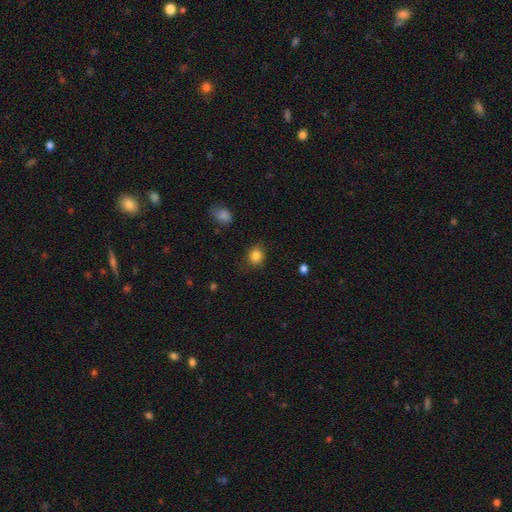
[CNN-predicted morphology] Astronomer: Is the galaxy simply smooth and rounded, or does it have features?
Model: smooth — 84%.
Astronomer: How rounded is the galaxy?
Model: round — 73%.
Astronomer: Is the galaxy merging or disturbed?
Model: none — 82%.